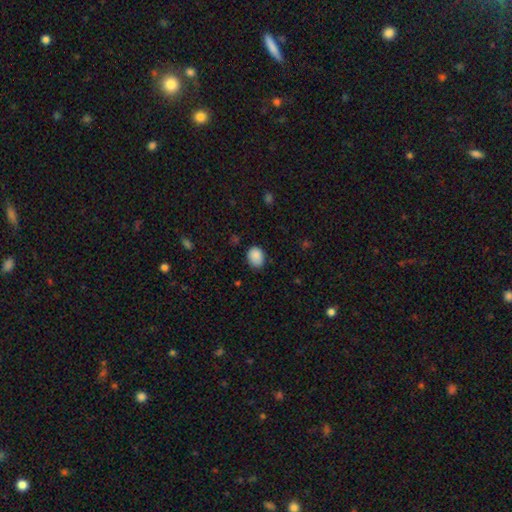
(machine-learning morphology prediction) Overall: smooth (87%). How rounded: in between (57%; round 42%). Merging: none (73%).